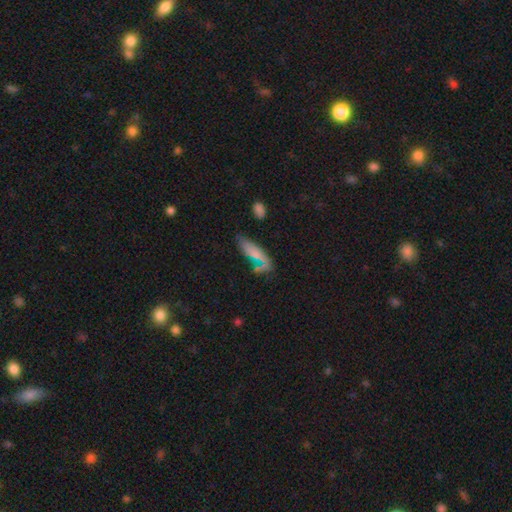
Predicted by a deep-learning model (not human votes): smooth-or-featured: smooth: 67% | featured or disk: 23% | star or artifact: 10%
  how-rounded: cigar-shaped: 52% | in between: 44% | round: 3%
  merging: none: 52% | minor disturbance: 22% | merger: 16% | major disturbance: 10%